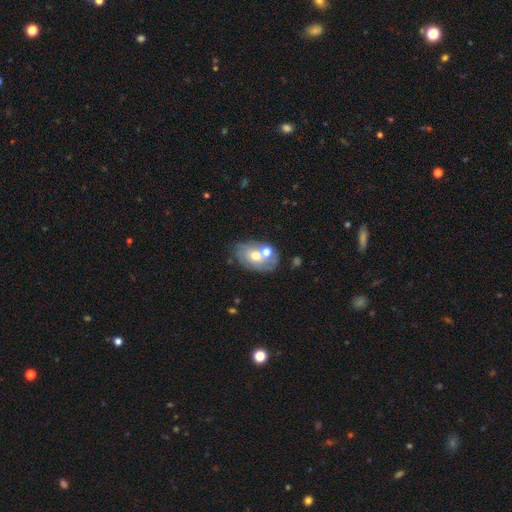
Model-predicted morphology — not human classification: smooth-or-featured: smooth: 51% | featured or disk: 40% | star or artifact: 9%
  how-rounded: in between: 76% | round: 23% | cigar-shaped: 1%
  merging: none: 48% | merger: 30% | minor disturbance: 16% | major disturbance: 7%